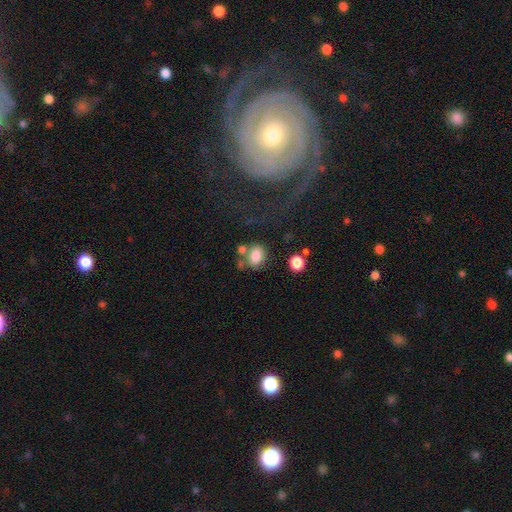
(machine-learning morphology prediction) Smooth or featured?
  - smooth: 80% *
  - star or artifact: 11%
  - featured or disk: 9%
How rounded?
  - in between: 65% *
  - round: 34%
  - cigar-shaped: 1%
Merging?
  - none: 57% *
  - merger: 21%
  - minor disturbance: 16%
  - major disturbance: 6%